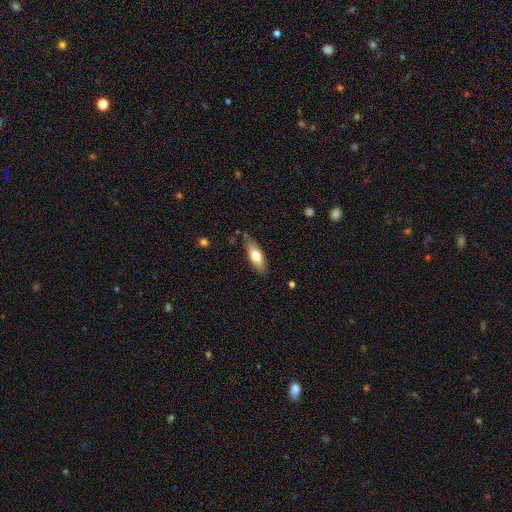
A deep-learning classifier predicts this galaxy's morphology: Overall: smooth (65%; featured or disk 28%). How rounded: in between (65%; cigar-shaped 32%). Merging: none (81%).